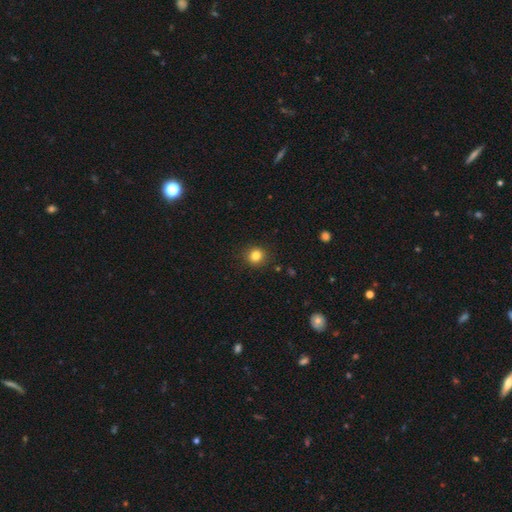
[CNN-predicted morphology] A smooth galaxy with no disk features (83%) that is round (88%).

Vote fractions:
- Smooth or featured? smooth: 83% / star or artifact: 12% / featured or disk: 5%
- How rounded? round: 88% / in between: 11% / cigar-shaped: 1%
- Merging? none: 90% / minor disturbance: 7% / major disturbance: 2% / merger: 1%